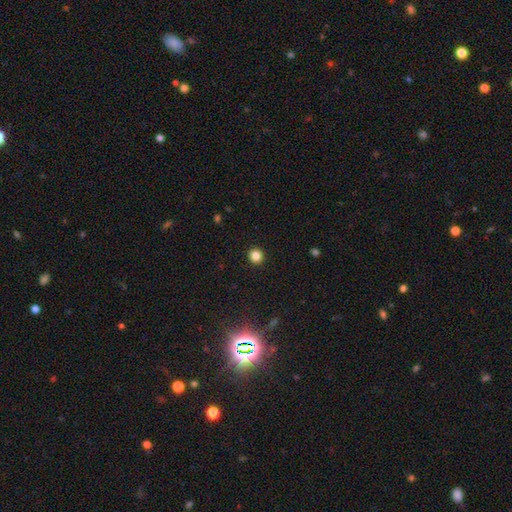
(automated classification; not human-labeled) A smooth galaxy with no disk features (84%) that is round (93%). Merging: none (93%).